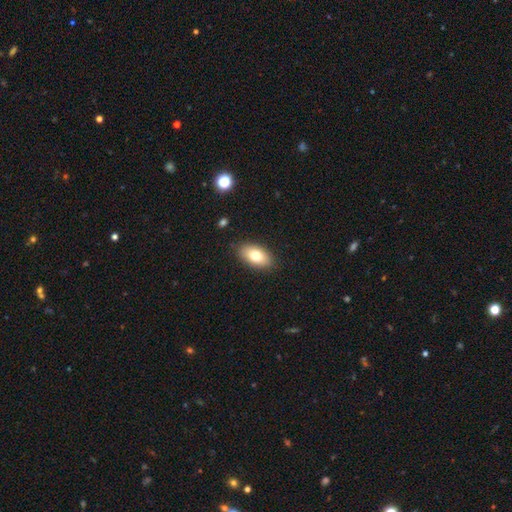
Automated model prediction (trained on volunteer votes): Smooth or featured: smooth — 75% (featured or disk — 17%)
How rounded: in between — 92% (round — 5%)
Merging: none — 87% (minor disturbance — 9%)